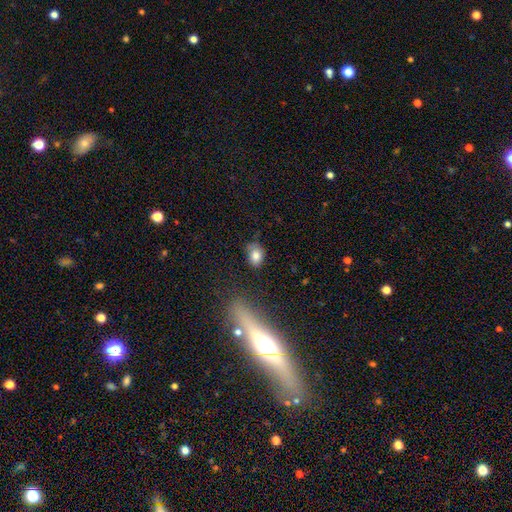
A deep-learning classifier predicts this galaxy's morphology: Smooth or featured?
  - smooth: 81% *
  - star or artifact: 10%
  - featured or disk: 9%
How rounded?
  - in between: 72% *
  - round: 26%
  - cigar-shaped: 1%
Merging?
  - none: 61% *
  - minor disturbance: 27%
  - major disturbance: 8%
  - merger: 4%